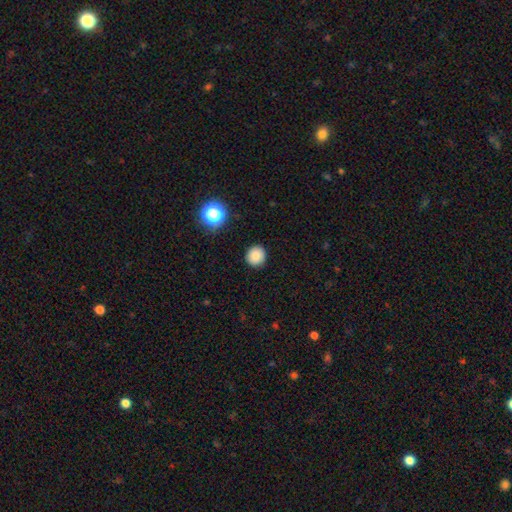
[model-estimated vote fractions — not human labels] This is clearly a smooth galaxy (83%). How rounded: clearly round (92%). Merging: clearly none (91%).